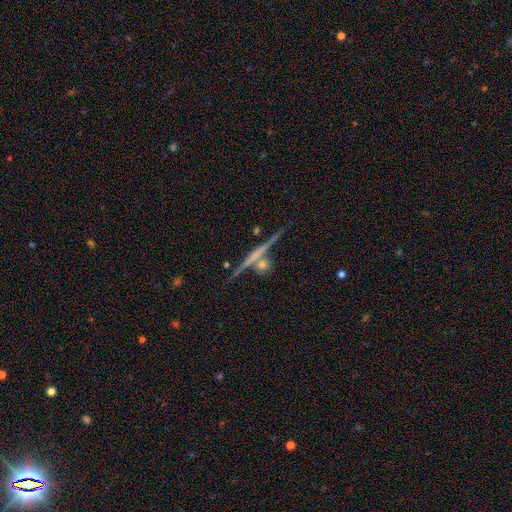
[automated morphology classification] Q: Smooth or featured?
A: featured or disk (71%); runner-up: smooth (19%)
Q: Edge-on disk?
A: yes (96%); runner-up: no (4%)
Q: Edge-on bulge?
A: none (51%); runner-up: rounded (35%)
Q: Merging?
A: none (73%); runner-up: merger (14%)